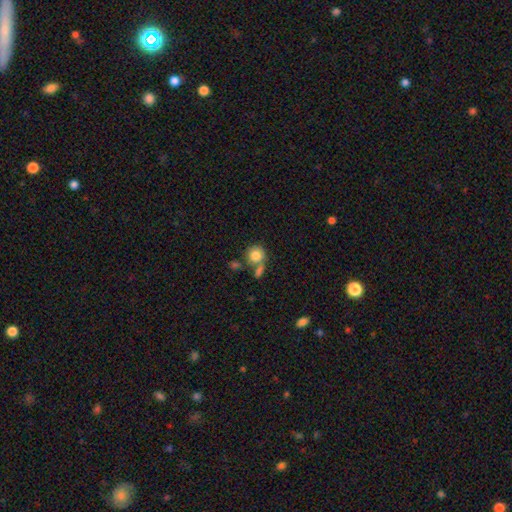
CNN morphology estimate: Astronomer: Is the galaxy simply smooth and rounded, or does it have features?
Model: smooth — 81%.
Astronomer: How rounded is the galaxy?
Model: round — 85%.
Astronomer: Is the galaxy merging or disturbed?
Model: none — 48% (runner-up: merger, 32%).